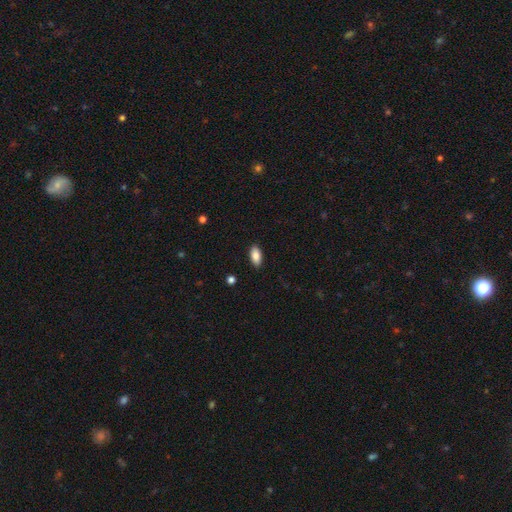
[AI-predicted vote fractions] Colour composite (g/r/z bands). It shows a smooth galaxy with no disk features (87%) that is in between round and cigar-shaped (91%). Merging: none (89%).